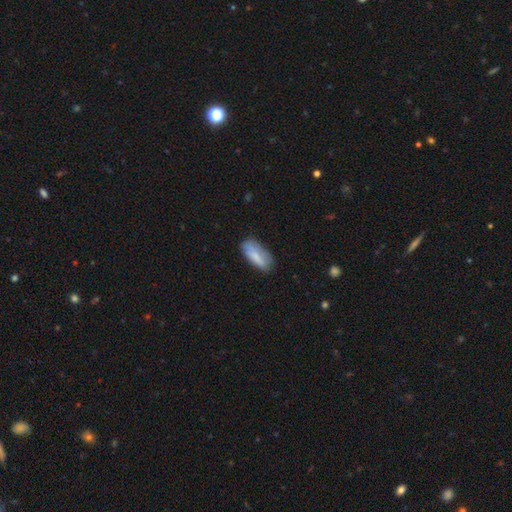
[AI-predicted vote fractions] smooth-or-featured: smooth: 78% | featured or disk: 15% | star or artifact: 7%
  how-rounded: in between: 78% | cigar-shaped: 20% | round: 2%
  merging: none: 67% | minor disturbance: 25% | major disturbance: 6% | merger: 2%